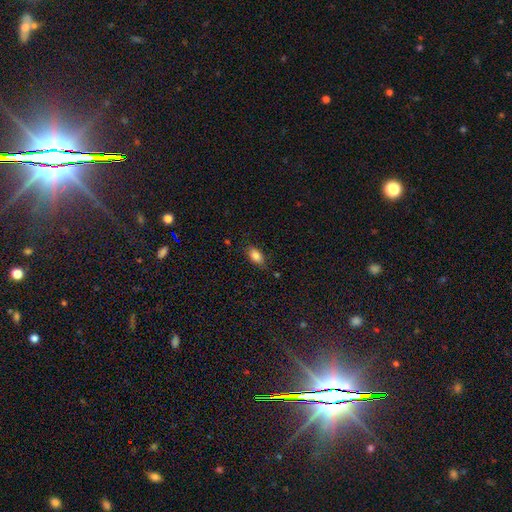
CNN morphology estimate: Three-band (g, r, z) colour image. It shows a smooth galaxy with no disk features (82%) that is in between round and cigar-shaped (87%). Merging: none (79%).